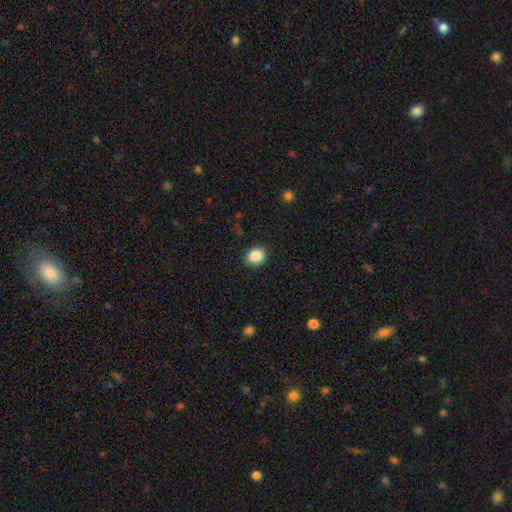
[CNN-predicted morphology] smooth-or-featured: smooth: 88% | star or artifact: 9% | featured or disk: 4%
  how-rounded: round: 59% | in between: 41% | cigar-shaped: 1%
  merging: none: 90% | minor disturbance: 7% | major disturbance: 2% | merger: 1%